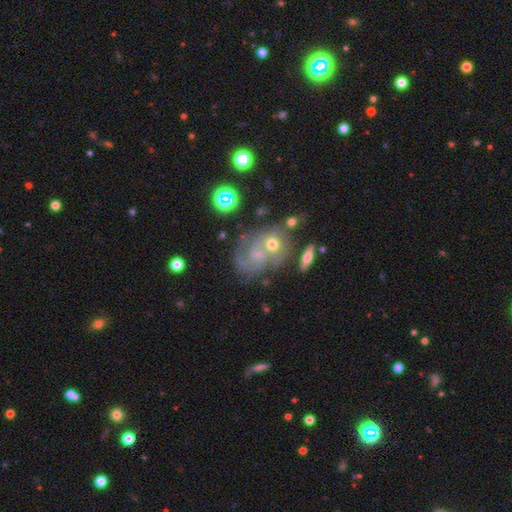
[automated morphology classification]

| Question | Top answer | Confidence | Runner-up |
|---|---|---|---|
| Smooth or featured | featured or disk | 70% | smooth (17%) |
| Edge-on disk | no | 96% | yes (4%) |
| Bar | no | 65% | weak (29%) |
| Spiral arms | yes | 89% | no (11%) |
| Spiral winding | medium | 44% | tight (40%) |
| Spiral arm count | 2 | 34% | can't tell (30%) |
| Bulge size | small | 55% | moderate (30%) |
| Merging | none | 41% | merger (30%) |